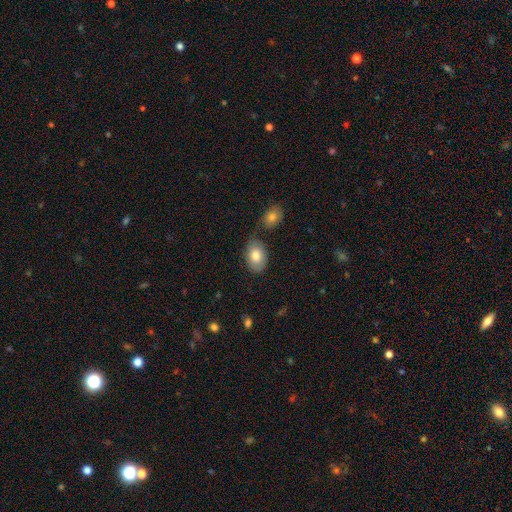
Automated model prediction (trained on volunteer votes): smooth 80%, featured or disk 14%, star or artifact 6%. Down the decision tree: how rounded — in between (88%); merging — none (63%).